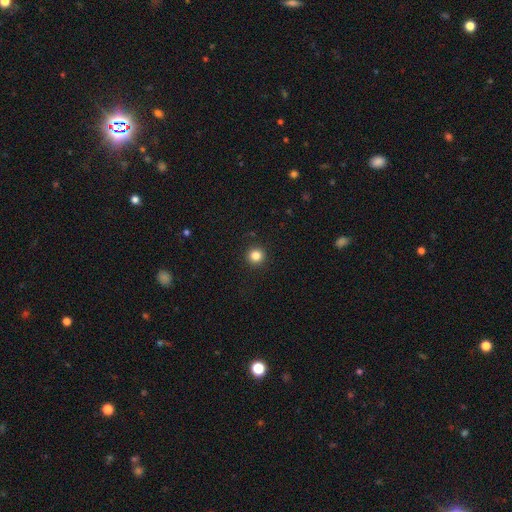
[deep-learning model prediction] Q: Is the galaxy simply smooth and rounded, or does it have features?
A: smooth — 83%.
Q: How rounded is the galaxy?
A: round — 95%.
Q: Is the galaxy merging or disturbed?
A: none — 93%.